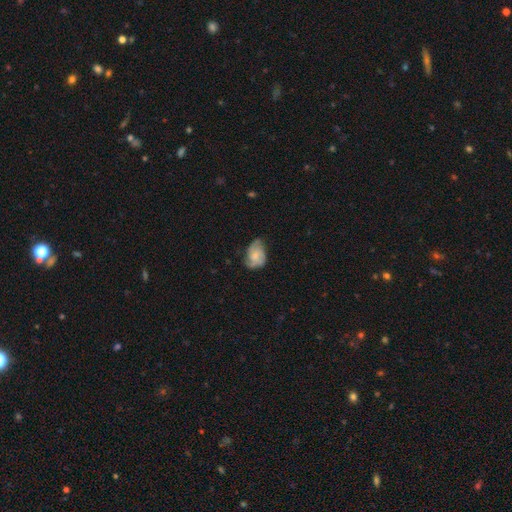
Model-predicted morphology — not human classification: Smooth or featured: featured or disk — 60% (smooth — 33%)
Edge-on disk: no — 97% (yes — 3%)
Bar: no — 65% (weak — 30%)
Spiral arms: yes — 90% (no — 10%)
Spiral winding: medium — 46% (tight — 37%)
Spiral arm count: 2 — 39% (3 — 30%)
Bulge size: small — 36% (moderate — 32%)
Merging: none — 55% (minor disturbance — 31%)